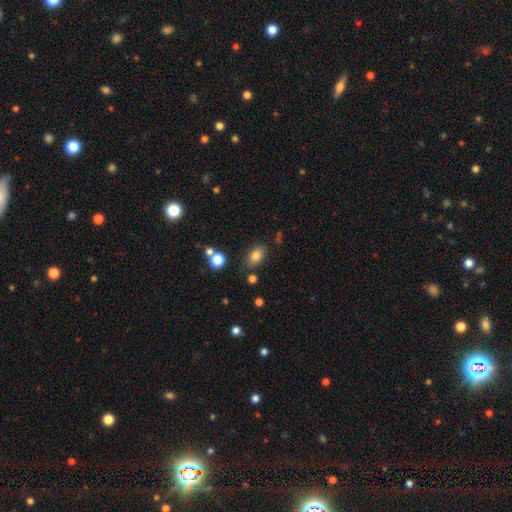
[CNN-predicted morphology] This appears to be a smooth galaxy with no disk features (81%) that is in between round and cigar-shaped (83%). Merging: none (78%).